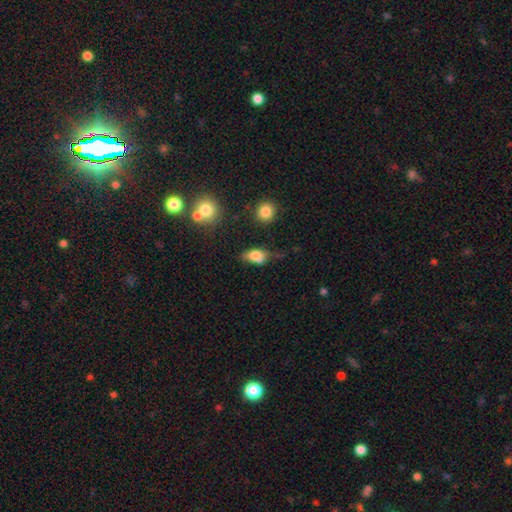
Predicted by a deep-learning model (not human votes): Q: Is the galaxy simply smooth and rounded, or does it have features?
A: smooth — 73%.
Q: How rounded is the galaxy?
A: in between — 84%.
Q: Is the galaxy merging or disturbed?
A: none — 45%.